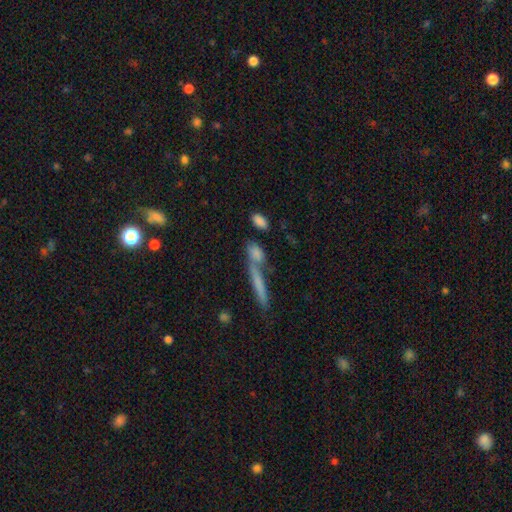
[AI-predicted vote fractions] Smooth or featured? Predicted: smooth (p=0.71). How rounded? Predicted: cigar-shaped (p=0.55). Merging? Predicted: none (p=0.49).